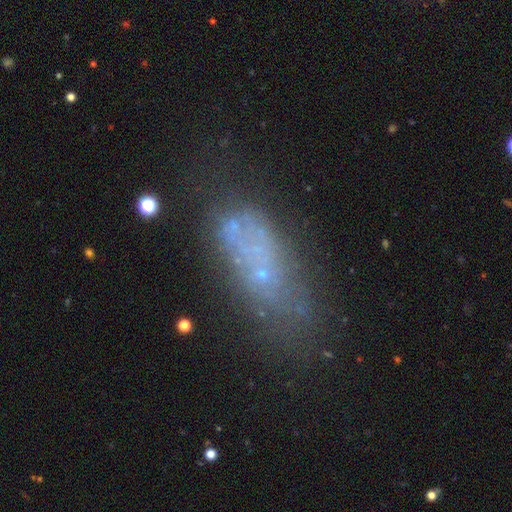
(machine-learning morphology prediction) A smooth galaxy with no disk features (40%). Merging: none (49%).